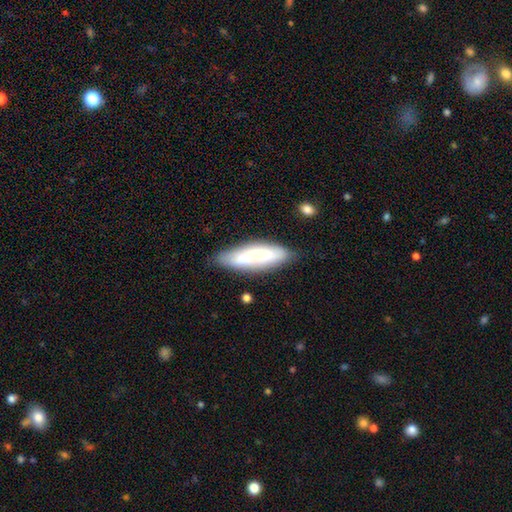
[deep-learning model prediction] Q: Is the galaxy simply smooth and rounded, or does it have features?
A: smooth — 64%.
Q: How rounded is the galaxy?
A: cigar-shaped — 52%.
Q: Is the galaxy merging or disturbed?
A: none — 76%.